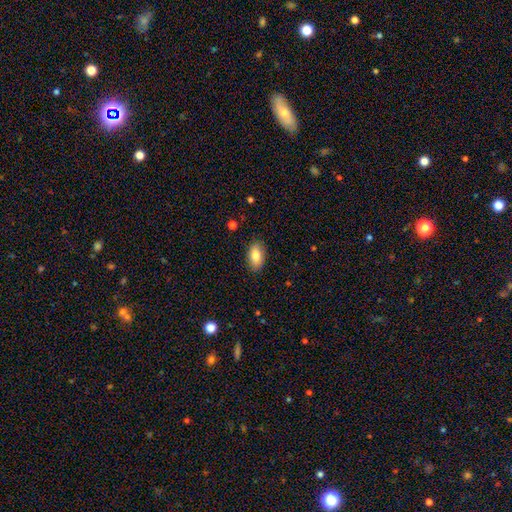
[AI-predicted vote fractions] Q: Smooth or featured?
A: smooth (83%); runner-up: featured or disk (10%)
Q: How rounded?
A: in between (92%); runner-up: round (5%)
Q: Merging?
A: none (87%); runner-up: minor disturbance (10%)